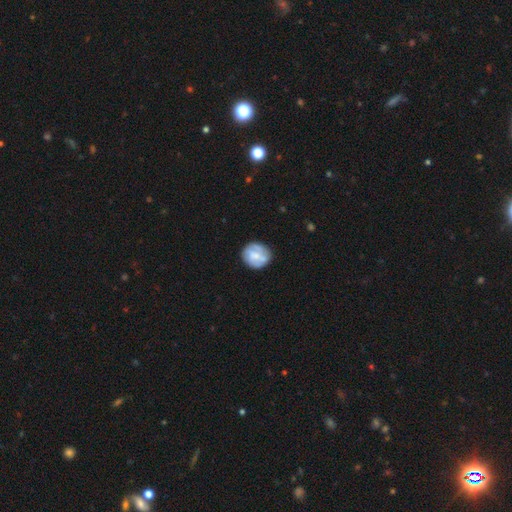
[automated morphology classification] smooth_or_featured: smooth (p=0.54) [alt: featured or disk p=0.39]
how_rounded: round (p=0.82) [alt: in between p=0.17]
merging: none (p=0.70) [alt: minor disturbance p=0.20]